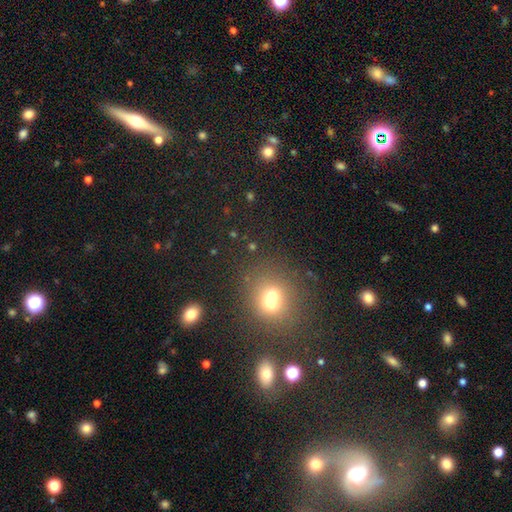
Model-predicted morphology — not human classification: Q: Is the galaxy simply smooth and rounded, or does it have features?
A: smooth — 55%.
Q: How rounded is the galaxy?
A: round — 82%.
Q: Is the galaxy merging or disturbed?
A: none — 82%.